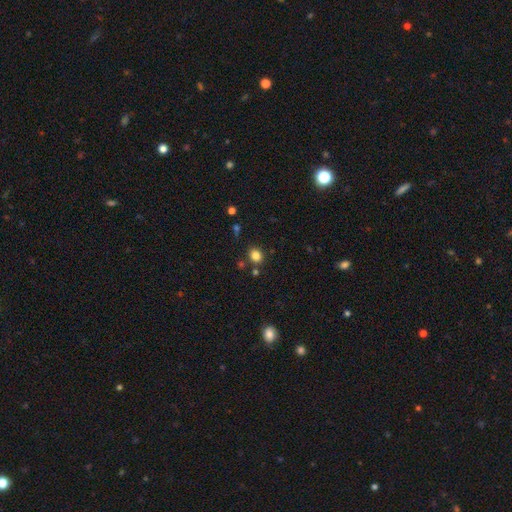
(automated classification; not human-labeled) Smooth or featured? smooth (82%)
How rounded? round (63%)
Merging? none (81%)